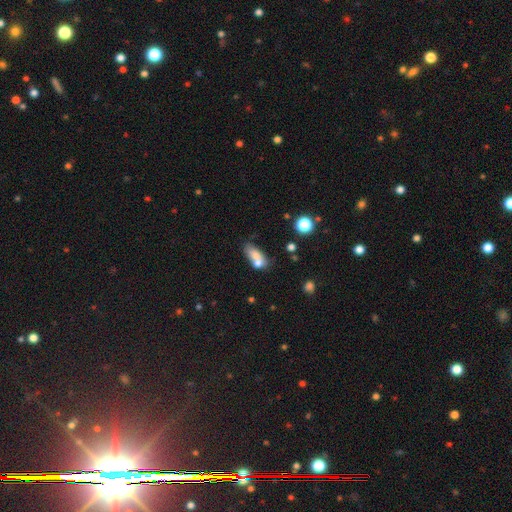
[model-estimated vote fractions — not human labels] smooth_or_featured: smooth (p=0.69) [alt: featured or disk p=0.20]
how_rounded: in between (p=0.76) [alt: round p=0.13]
merging: merger (p=0.52) [alt: none p=0.29]